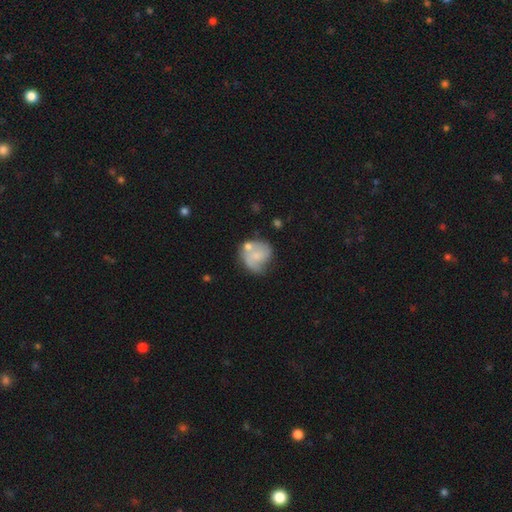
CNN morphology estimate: Smooth or featured? Predicted: smooth (p=0.48). Merging? Predicted: none (p=0.40).